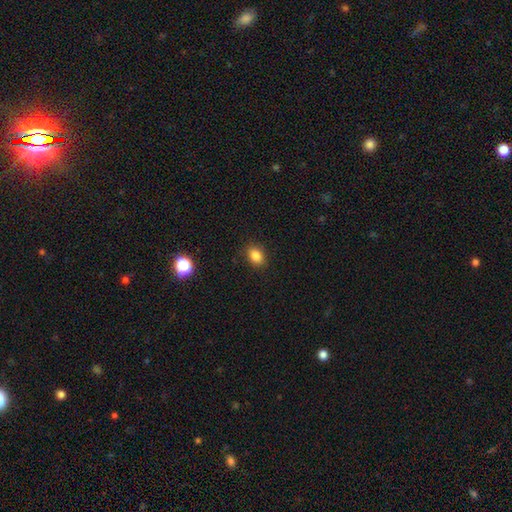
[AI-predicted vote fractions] Overall: smooth (84%). How rounded: in between (74%). Merging: none (88%).